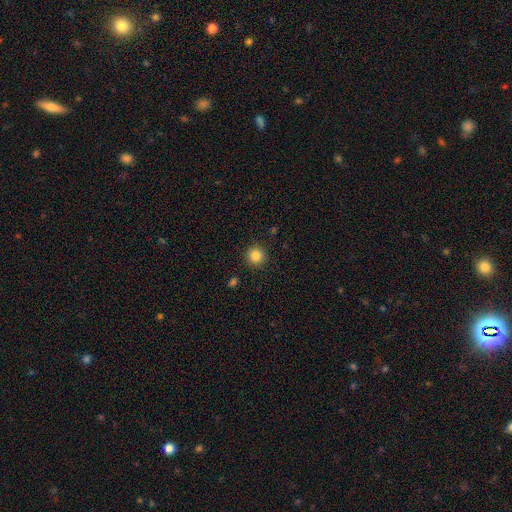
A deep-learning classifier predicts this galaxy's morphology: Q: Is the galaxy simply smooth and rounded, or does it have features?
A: smooth — 84%.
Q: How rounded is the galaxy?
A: round — 95%.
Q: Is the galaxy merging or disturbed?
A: none — 91%.